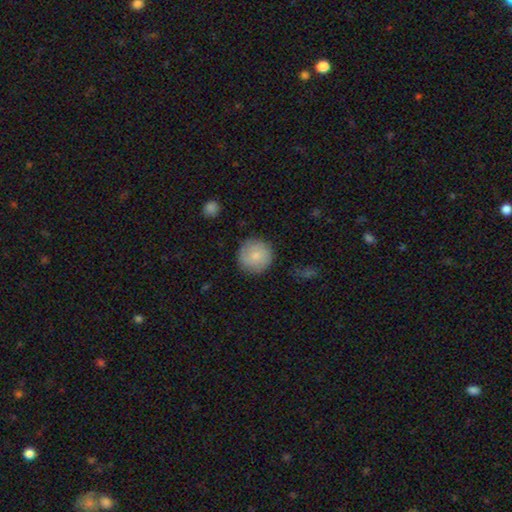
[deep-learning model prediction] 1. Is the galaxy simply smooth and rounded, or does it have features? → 77% smooth, 16% featured or disk, 6% star or artifact.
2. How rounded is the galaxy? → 95% round, 4% in between, 1% cigar-shaped.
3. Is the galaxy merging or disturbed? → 86% none, 10% minor disturbance, 3% major disturbance, 1% merger.